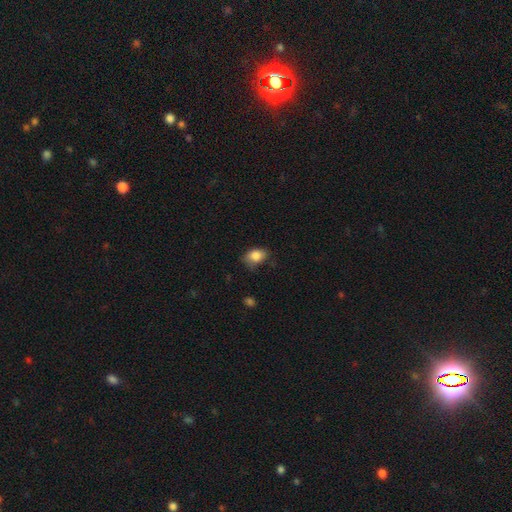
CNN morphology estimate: The model was most divided on "merging": none: 61%, minor disturbance: 30%, major disturbance: 7%, merger: 2%. More confident: smooth or featured — smooth (84%); how rounded — in between (77%).